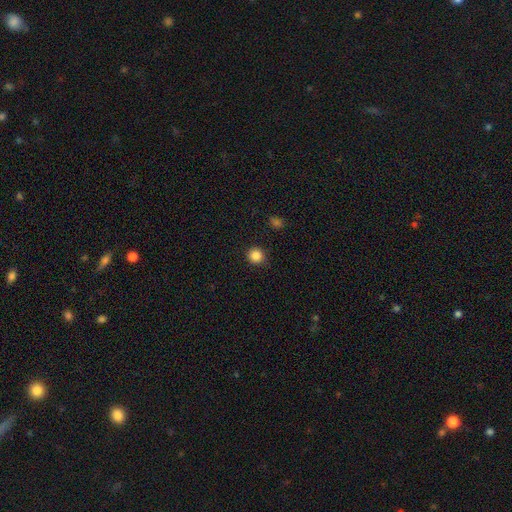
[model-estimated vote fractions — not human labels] A smooth galaxy with no disk features (85%) that is round (94%).

Vote fractions:
- Smooth or featured? smooth: 85% / star or artifact: 11% / featured or disk: 4%
- How rounded? round: 94% / in between: 6% / cigar-shaped: 1%
- Merging? none: 91% / minor disturbance: 6% / major disturbance: 2% / merger: 1%